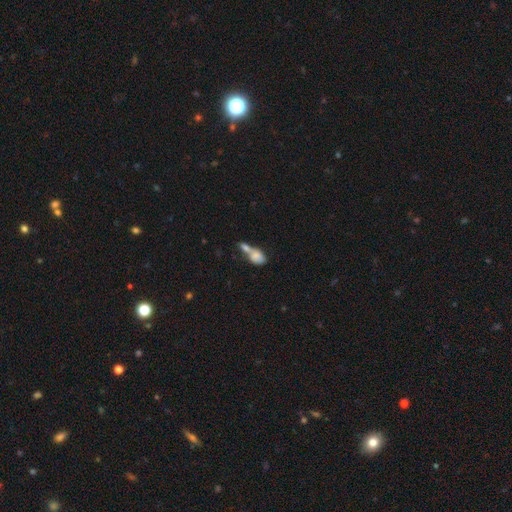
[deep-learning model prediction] A smooth galaxy with no disk features (77%) that is in between round and cigar-shaped (76%). Merging: merger (69%).